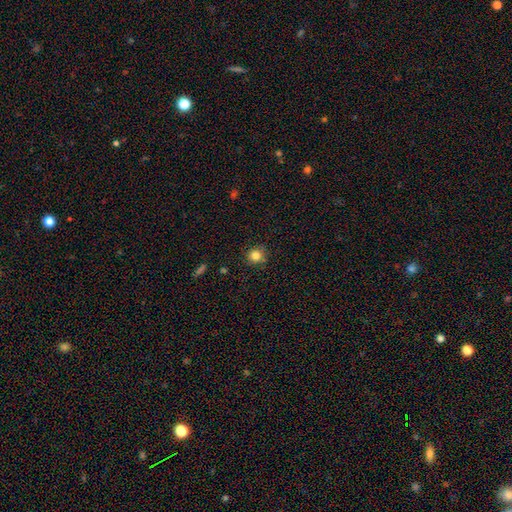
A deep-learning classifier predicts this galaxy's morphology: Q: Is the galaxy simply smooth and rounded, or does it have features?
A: smooth — 82%.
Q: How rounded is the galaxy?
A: round — 91%.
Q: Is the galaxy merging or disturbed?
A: none — 86%.